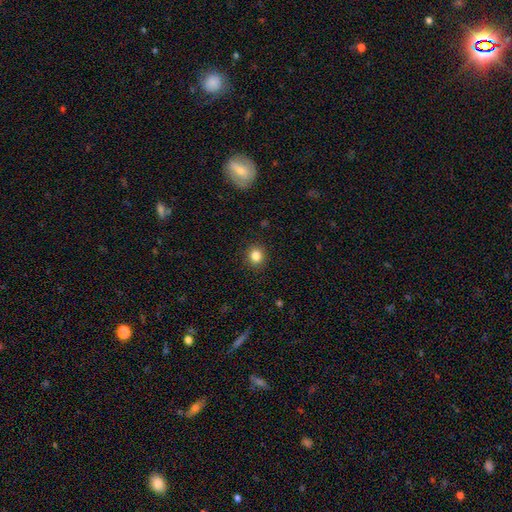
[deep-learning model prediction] Q: Smooth or featured?
A: smooth (84%); runner-up: star or artifact (11%)
Q: How rounded?
A: round (81%); runner-up: in between (18%)
Q: Merging?
A: none (91%); runner-up: minor disturbance (6%)